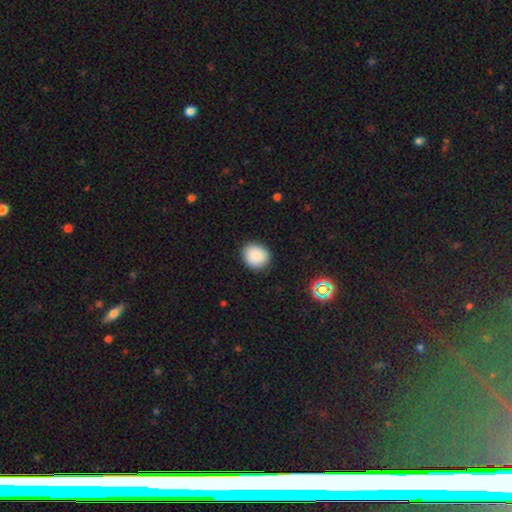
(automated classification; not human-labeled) Smooth or featured? Predicted: smooth (p=0.87). How rounded? Predicted: round (p=0.76). Merging? Predicted: none (p=0.88).